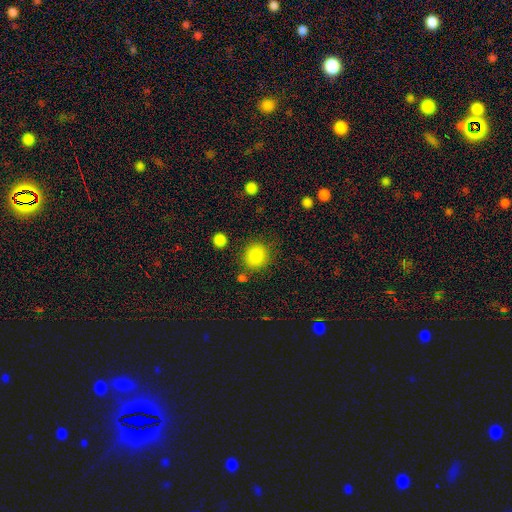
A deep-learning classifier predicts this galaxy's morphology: The model was most divided on "how rounded": round: 83%, in between: 16%, cigar-shaped: 1%. More confident: smooth or featured — smooth (86%); merging — none (81%).